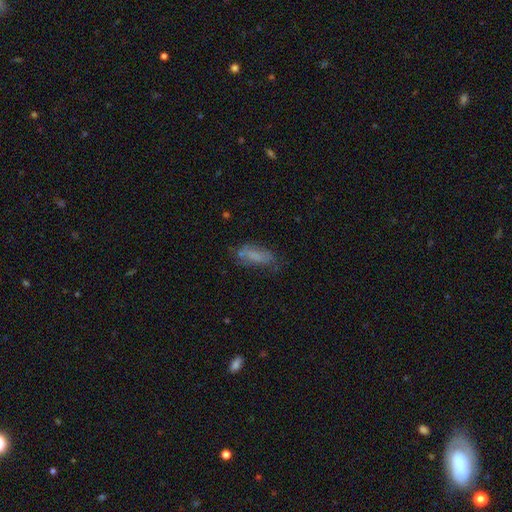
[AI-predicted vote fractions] The model was most divided on "merging": none: 53%, minor disturbance: 27%, major disturbance: 15%, merger: 6%. More confident: smooth or featured — smooth (67%); how rounded — in between (66%).